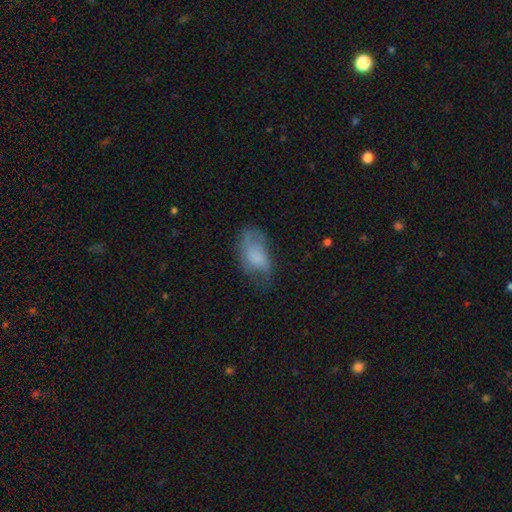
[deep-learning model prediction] A smooth galaxy with no disk features (58%) that is in between round and cigar-shaped (91%).

Vote fractions:
- Smooth or featured? smooth: 58% / featured or disk: 33% / star or artifact: 9%
- How rounded? in between: 91% / round: 5% / cigar-shaped: 3%
- Merging? none: 43% / minor disturbance: 31% / major disturbance: 23% / merger: 2%